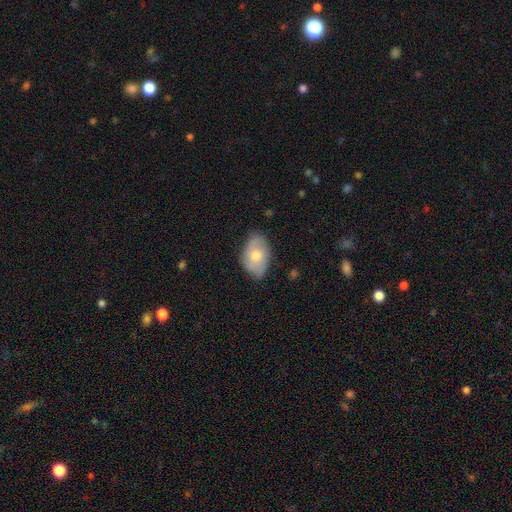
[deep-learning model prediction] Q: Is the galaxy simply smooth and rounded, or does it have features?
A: smooth — 63%.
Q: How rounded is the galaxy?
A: in between — 87%.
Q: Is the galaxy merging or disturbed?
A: none — 76%.